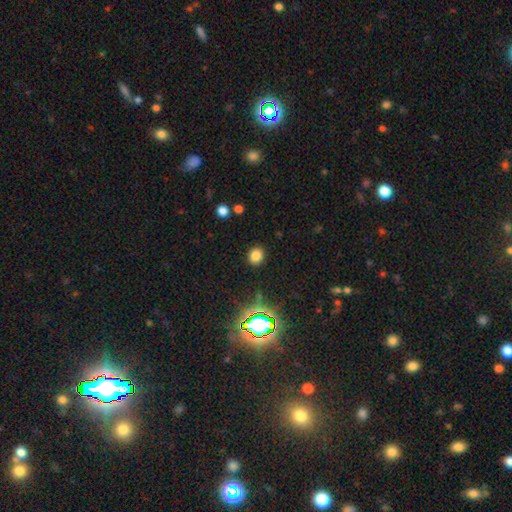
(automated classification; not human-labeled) smooth-or-featured: smooth: 78% | star or artifact: 16% | featured or disk: 5%
  how-rounded: round: 71% | in between: 28% | cigar-shaped: 1%
  merging: none: 89% | minor disturbance: 7% | major disturbance: 3% | merger: 2%